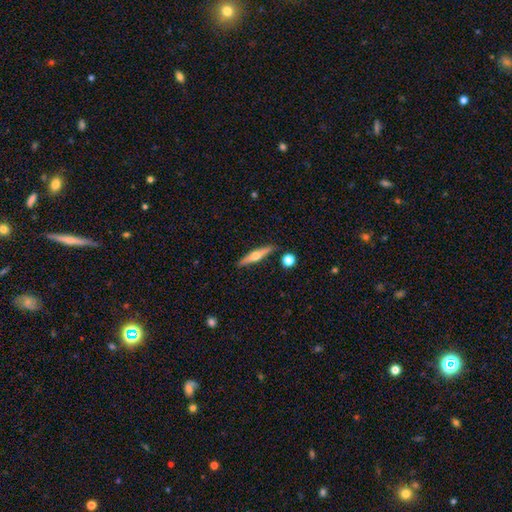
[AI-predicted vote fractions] Overall: featured or disk (60%; smooth 34%). Edge-on disk: yes (96%). Edge-on bulge: rounded (92%). Merging: none (87%).